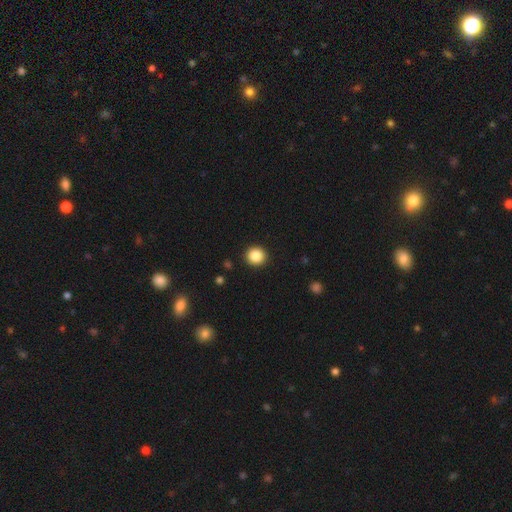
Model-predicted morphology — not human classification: Overall: smooth (87%). How rounded: round (91%). Merging: none (92%).